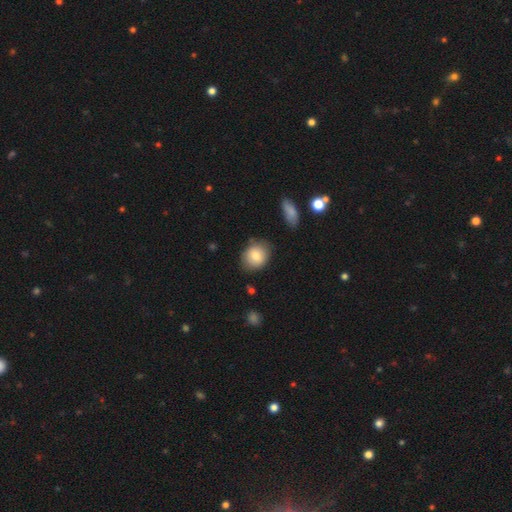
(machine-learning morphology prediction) smooth-or-featured: smooth: 80% | featured or disk: 12% | star or artifact: 8%
  how-rounded: round: 62% | in between: 37% | cigar-shaped: 1%
  merging: none: 77% | minor disturbance: 16% | major disturbance: 3% | merger: 3%